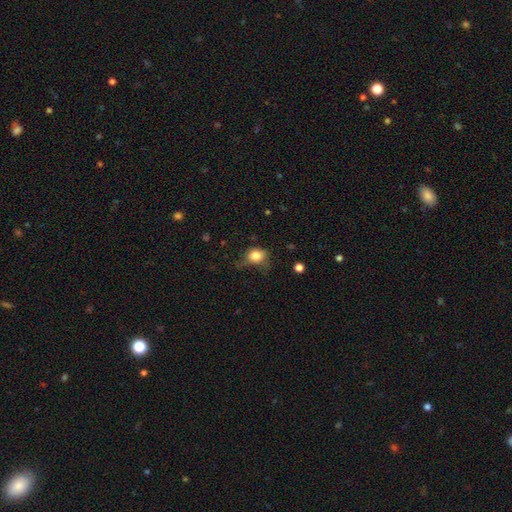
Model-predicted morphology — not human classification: type=smooth (79%); roundness=round (60%); merging=none (41%).